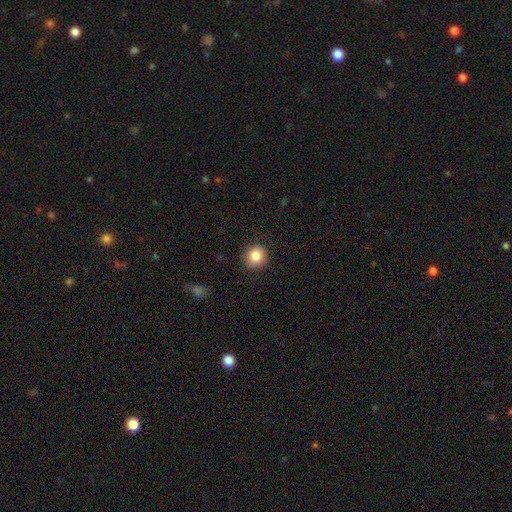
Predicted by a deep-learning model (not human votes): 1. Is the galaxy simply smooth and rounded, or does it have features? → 85% smooth, 9% star or artifact, 6% featured or disk.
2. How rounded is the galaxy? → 89% round, 11% in between, 1% cigar-shaped.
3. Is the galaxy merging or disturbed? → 89% none, 7% minor disturbance, 2% major disturbance, 1% merger.